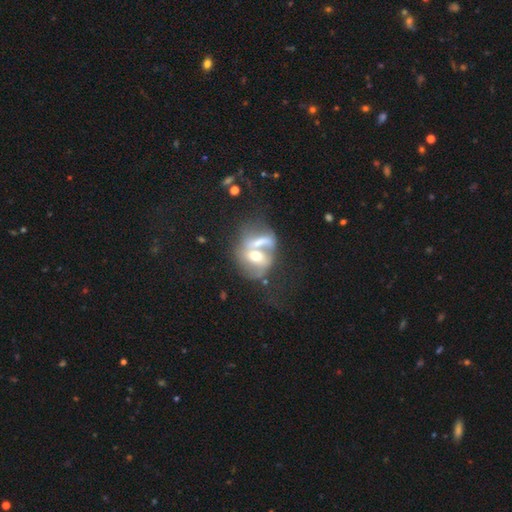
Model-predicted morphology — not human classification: type=featured or disk (59%); edge-on=no (93%); bar=no (54%); spiral arms=no (54%); bulge=moderate (68%); merging=merger (64%).